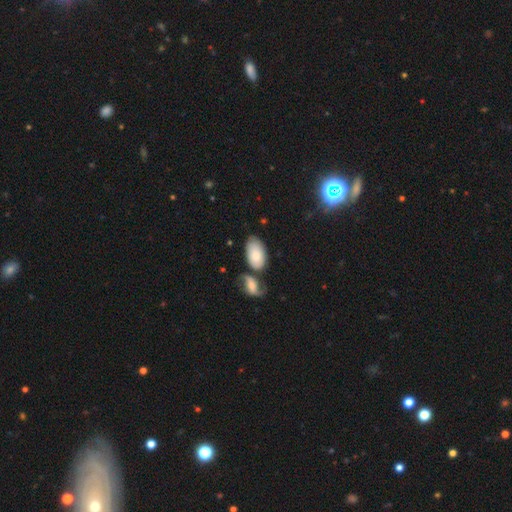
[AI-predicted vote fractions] Smooth or featured? Predicted: smooth (p=0.73). How rounded? Predicted: in between (p=0.94). Merging? Predicted: none (p=0.45).